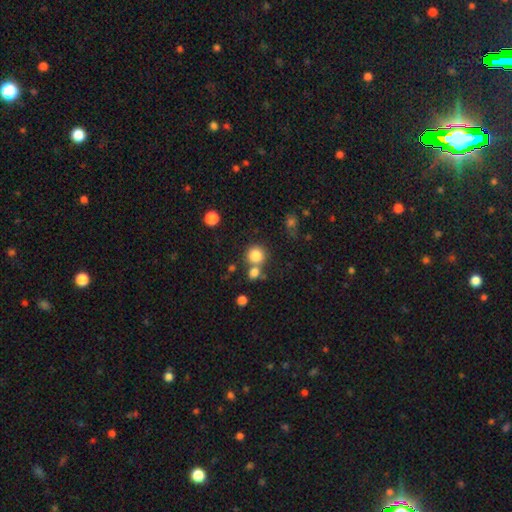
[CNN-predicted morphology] This is clearly a smooth galaxy (82%). How rounded: clearly round (91%). Merging: likely none (63%).